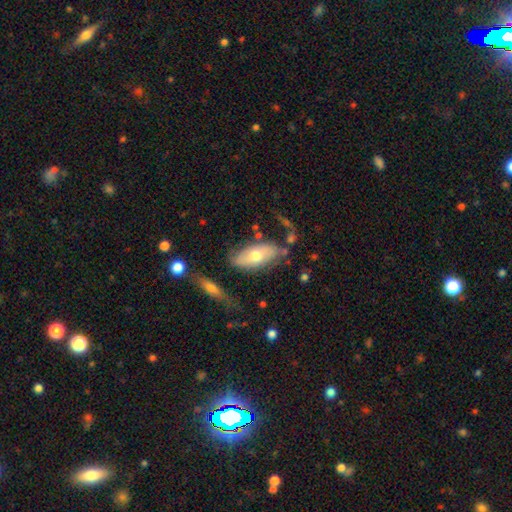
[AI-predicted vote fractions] The model was most divided on "smooth or featured": smooth: 59%, featured or disk: 35%, star or artifact: 6%. More confident: how rounded — in between (86%); merging — none (62%).